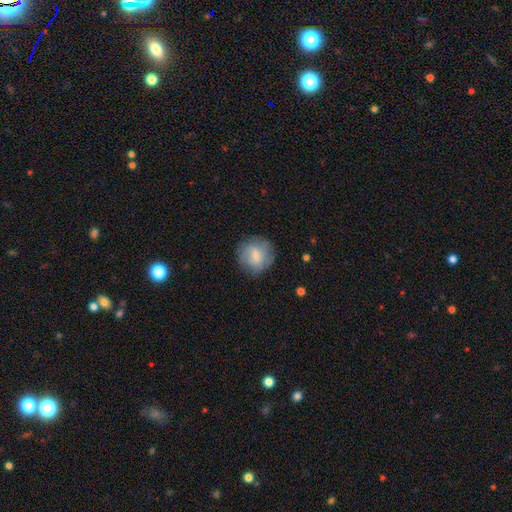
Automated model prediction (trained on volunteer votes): smooth_or_featured: smooth (p=0.68) [alt: featured or disk p=0.24]
how_rounded: round (p=0.85) [alt: in between p=0.14]
merging: none (p=0.74) [alt: minor disturbance p=0.18]